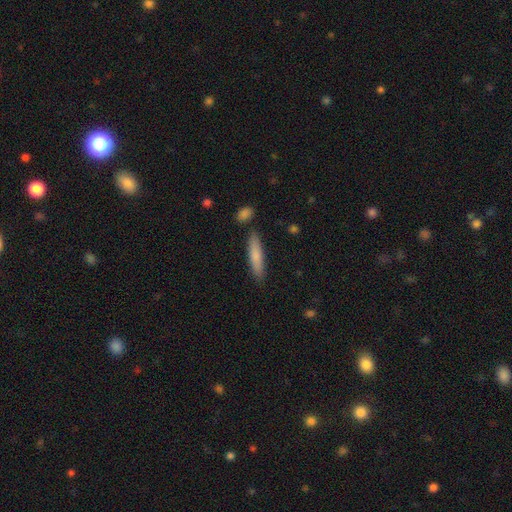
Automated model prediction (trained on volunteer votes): This is likely a smooth galaxy (78%). How rounded: clearly cigar-shaped (82%). Merging: clearly none (84%).